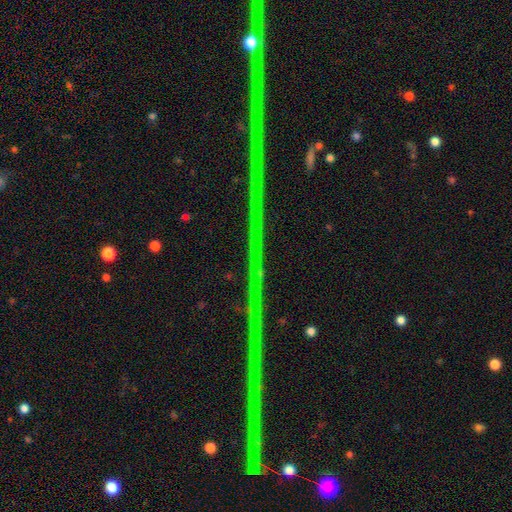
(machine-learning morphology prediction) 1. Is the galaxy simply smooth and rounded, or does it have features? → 88% star or artifact, 8% featured or disk, 5% smooth.